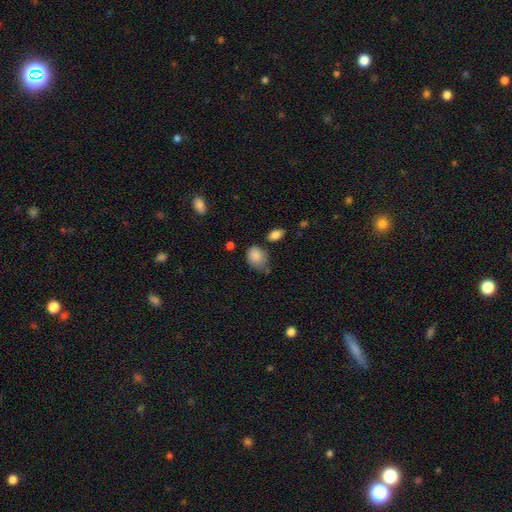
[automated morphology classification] A smooth galaxy with no disk features (85%) that is in between round and cigar-shaped (70%). Merging: none (42%).